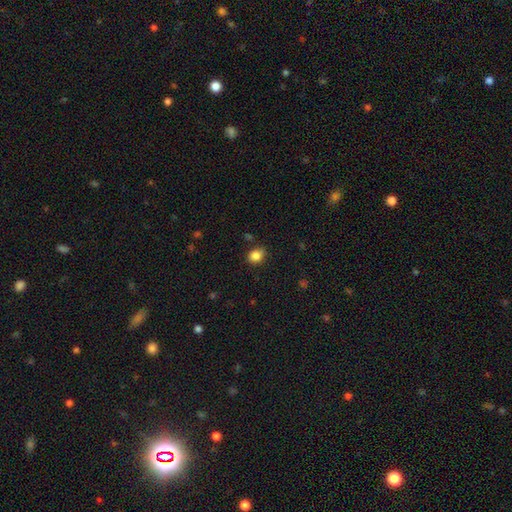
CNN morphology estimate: Overall: smooth (85%). How rounded: round (52%; in between 47%). Merging: none (79%).